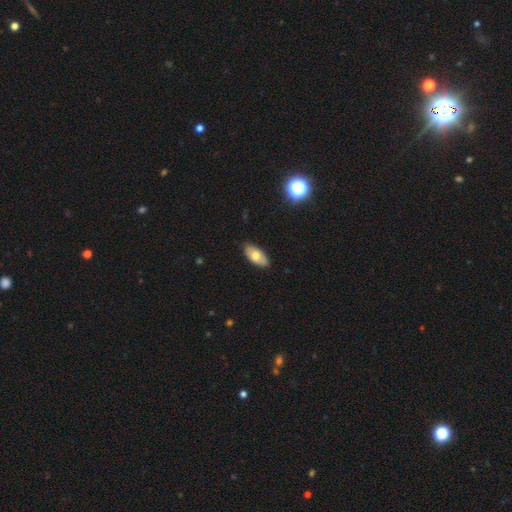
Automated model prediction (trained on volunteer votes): This is likely a smooth galaxy (64%). How rounded: clearly in between (92%). Merging: clearly none (86%).